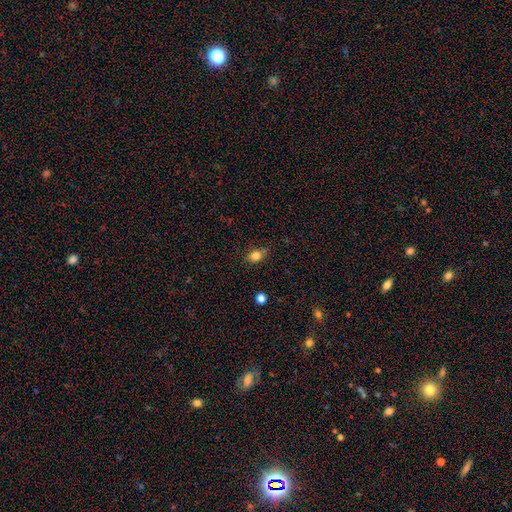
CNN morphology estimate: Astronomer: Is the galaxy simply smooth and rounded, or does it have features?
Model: smooth — 81%.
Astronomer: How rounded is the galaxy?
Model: in between — 58% (runner-up: round, 40%).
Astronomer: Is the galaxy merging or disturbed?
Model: none — 71%.